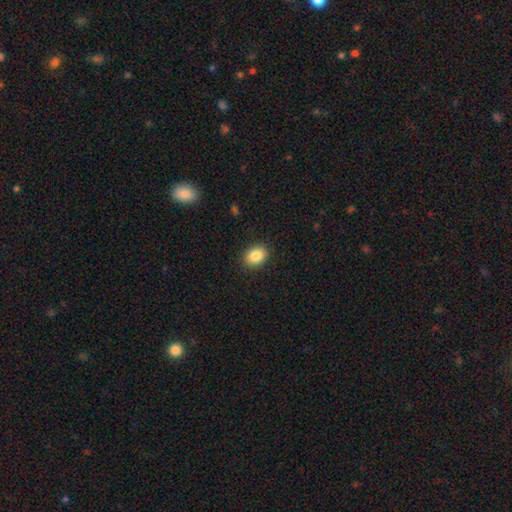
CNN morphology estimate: Smooth or featured: smooth — 85% (star or artifact — 8%)
How rounded: in between — 60% (round — 39%)
Merging: none — 89% (minor disturbance — 8%)